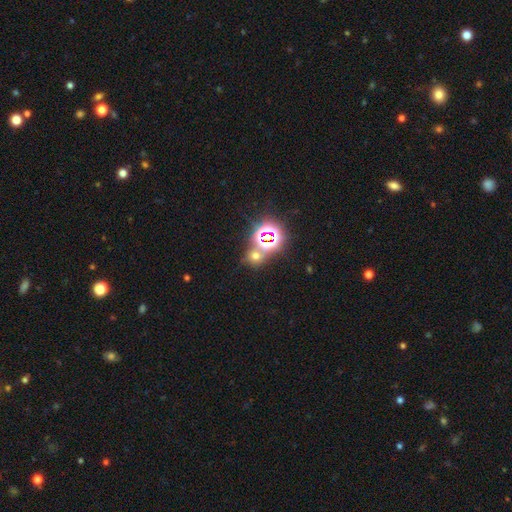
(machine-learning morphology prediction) A star or artifact, not a galaxy (48%).

Vote fractions:
- Smooth or featured? star or artifact: 48% / smooth: 43% / featured or disk: 9%